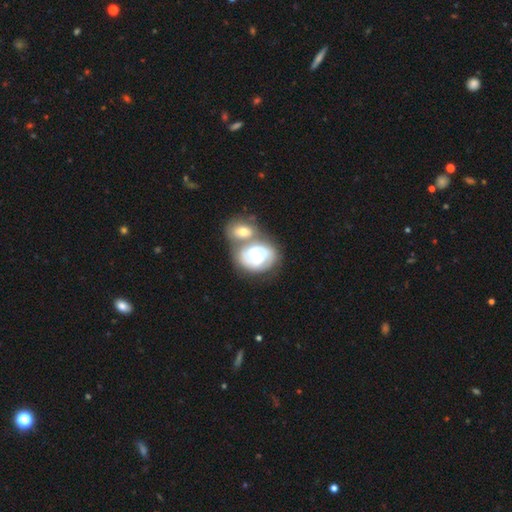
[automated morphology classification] smooth_or_featured: featured or disk (p=0.62) [alt: smooth p=0.32]
disk_edge_on: no (p=0.96) [alt: yes p=0.04]
bar: no (p=0.76) [alt: weak p=0.17]
has_spiral_arms: no (p=0.52) [alt: yes p=0.48]
bulge_size: moderate (p=0.71) [alt: large p=0.19]
merging: merger (p=0.50) [alt: none p=0.32]